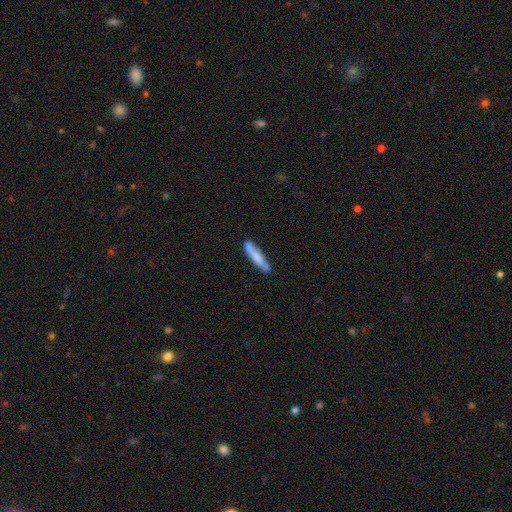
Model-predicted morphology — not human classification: smooth 72%, featured or disk 22%, star or artifact 6%. Down the decision tree: how rounded — cigar-shaped (90%); merging — none (76%).